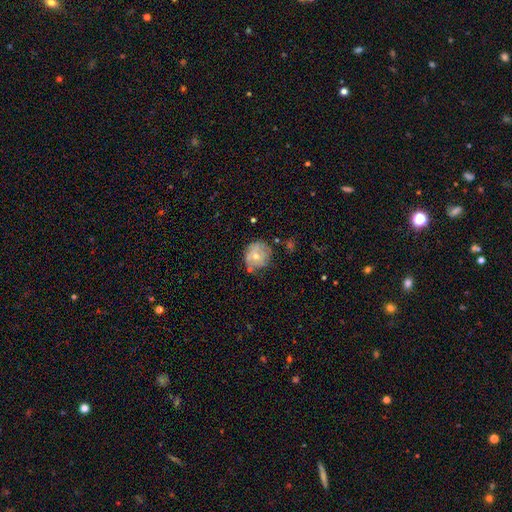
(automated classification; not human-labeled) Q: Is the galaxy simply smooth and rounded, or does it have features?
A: smooth — 52%.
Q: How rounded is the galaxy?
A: round — 82%.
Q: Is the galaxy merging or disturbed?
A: none — 60%.